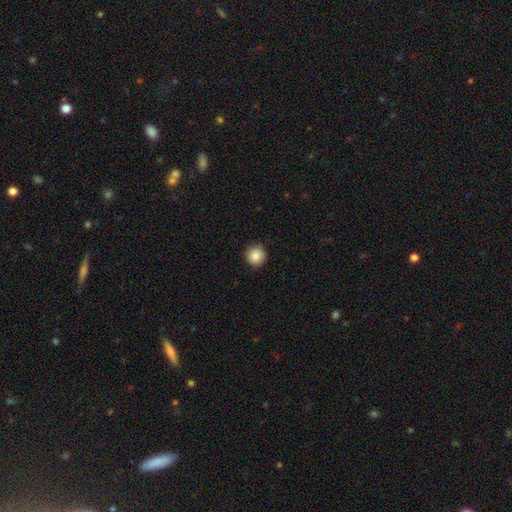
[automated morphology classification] This appears to be a smooth galaxy with no disk features (87%) that is round (93%). Merging: none (87%).